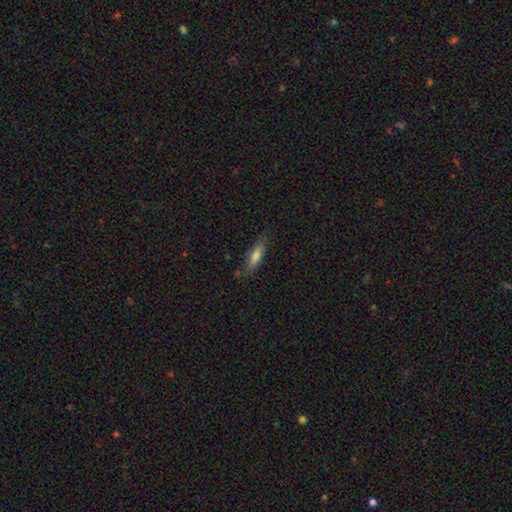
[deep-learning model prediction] smooth 72%, featured or disk 20%, star or artifact 8%. Down the decision tree: how rounded — cigar-shaped (56%); merging — none (78%).